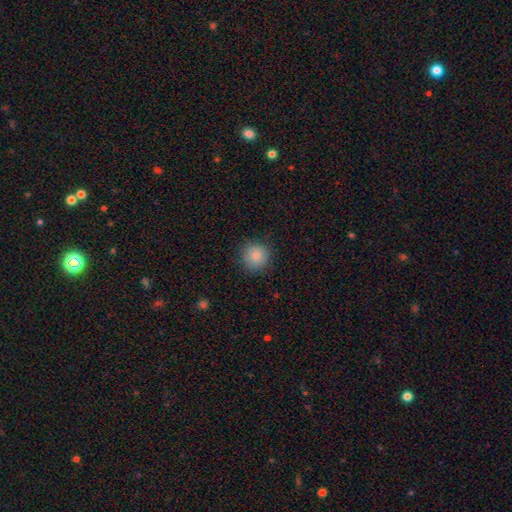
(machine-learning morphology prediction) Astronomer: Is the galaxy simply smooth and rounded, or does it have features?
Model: smooth — 84%.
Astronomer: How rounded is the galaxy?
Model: round — 93%.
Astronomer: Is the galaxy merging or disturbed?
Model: none — 88%.